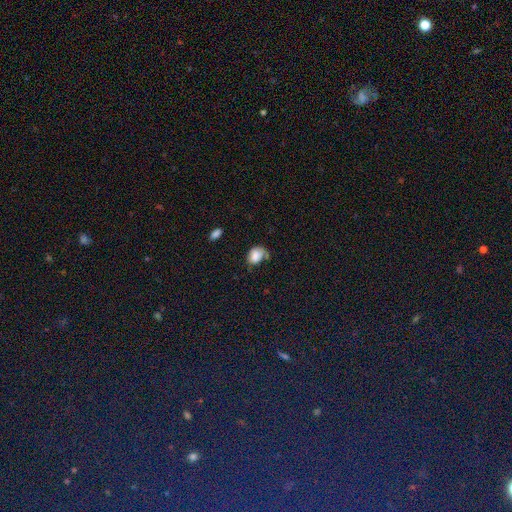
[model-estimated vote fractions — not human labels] This is likely a smooth galaxy (77%). How rounded: likely in between (67%). Merging: marginally none (39%).